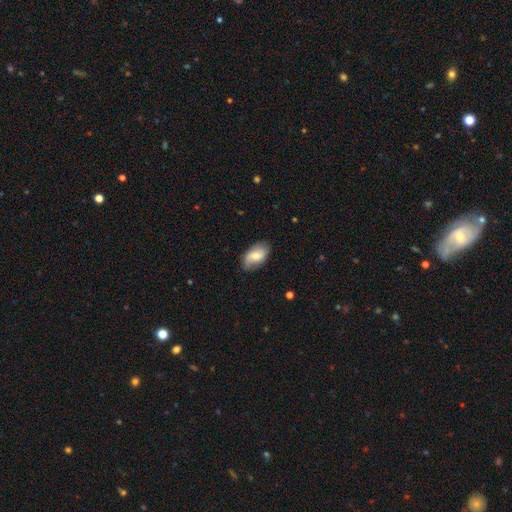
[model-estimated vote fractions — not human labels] The model was most divided on "smooth or featured": smooth: 54%, featured or disk: 40%, star or artifact: 7%. More confident: how rounded — in between (92%); merging — none (77%).